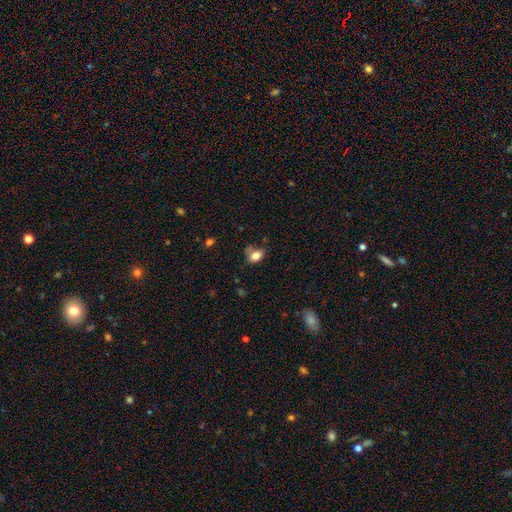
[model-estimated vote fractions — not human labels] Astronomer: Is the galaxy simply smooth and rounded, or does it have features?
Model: smooth — 81%.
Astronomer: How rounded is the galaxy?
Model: in between — 69%.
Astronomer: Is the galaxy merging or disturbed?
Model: none — 51% (runner-up: minor disturbance, 32%).